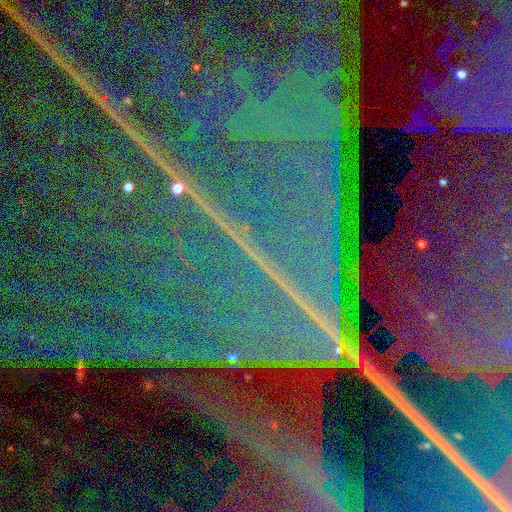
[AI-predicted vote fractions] A star or artifact, not a galaxy (90%).

Vote fractions:
- Smooth or featured? star or artifact: 90% / featured or disk: 6% / smooth: 4%